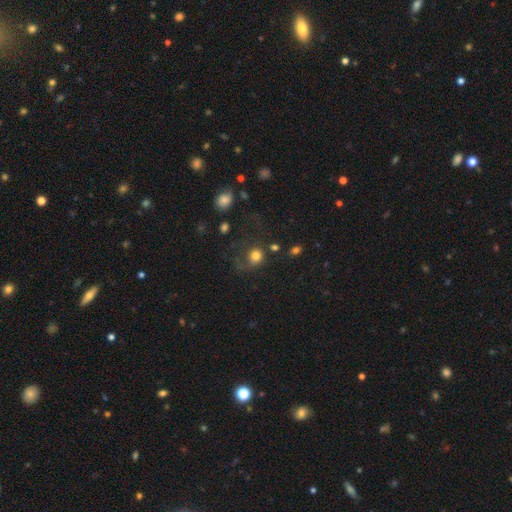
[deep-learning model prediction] smooth_or_featured: smooth (p=0.76) [alt: featured or disk p=0.12]
how_rounded: round (p=0.76) [alt: in between p=0.23]
merging: none (p=0.45) [alt: major disturbance p=0.30]